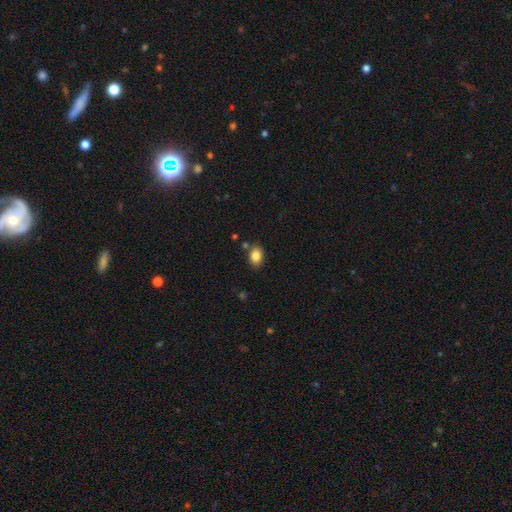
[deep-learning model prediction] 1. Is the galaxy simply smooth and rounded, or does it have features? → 84% smooth, 9% star or artifact, 7% featured or disk.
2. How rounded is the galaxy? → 81% in between, 18% round, 1% cigar-shaped.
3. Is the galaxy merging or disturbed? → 81% none, 12% minor disturbance, 5% merger, 3% major disturbance.